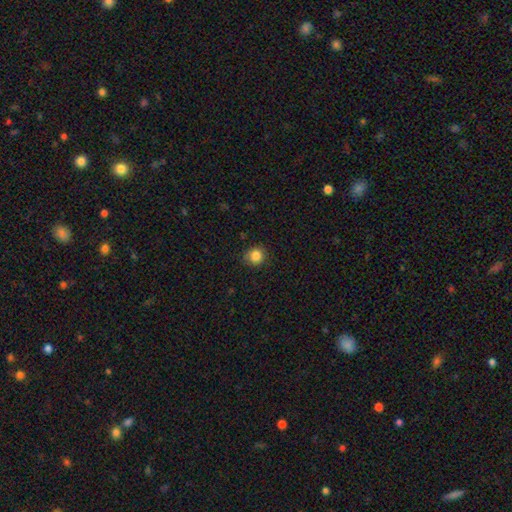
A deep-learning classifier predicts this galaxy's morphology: This appears to be a smooth galaxy with no disk features (85%) that is round (88%). Merging: none (85%).